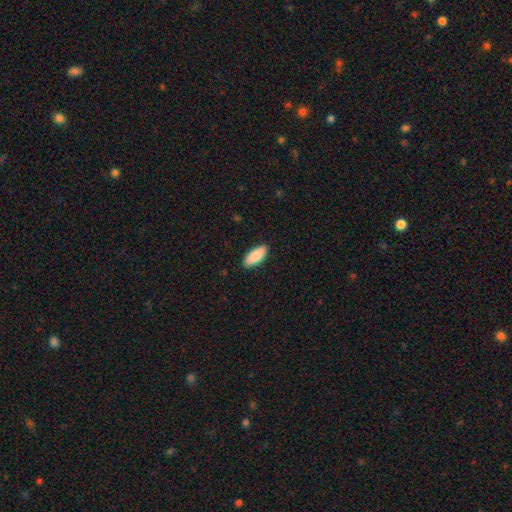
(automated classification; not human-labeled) A smooth galaxy with no disk features (87%) that is in between round and cigar-shaped (84%).

Vote fractions:
- Smooth or featured? smooth: 87% / featured or disk: 8% / star or artifact: 6%
- How rounded? in between: 84% / cigar-shaped: 14% / round: 2%
- Merging? none: 89% / minor disturbance: 8% / major disturbance: 2% / merger: 1%